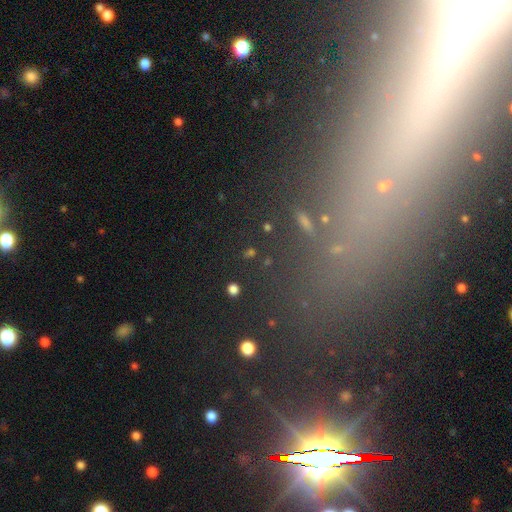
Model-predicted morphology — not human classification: star or artifact 57%, smooth 26%, featured or disk 17%.